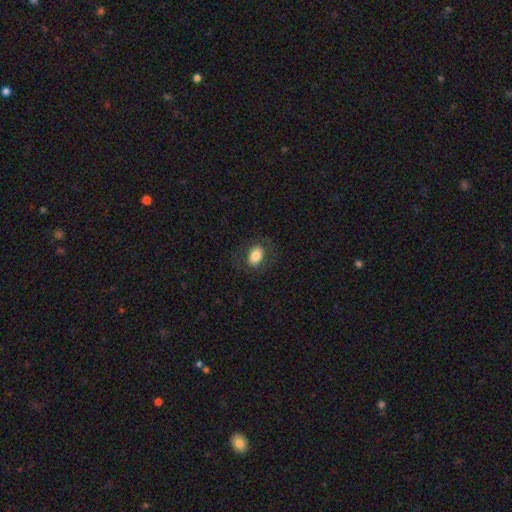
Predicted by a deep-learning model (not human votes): Overall: smooth (77%). How rounded: in between (82%). Merging: none (80%).